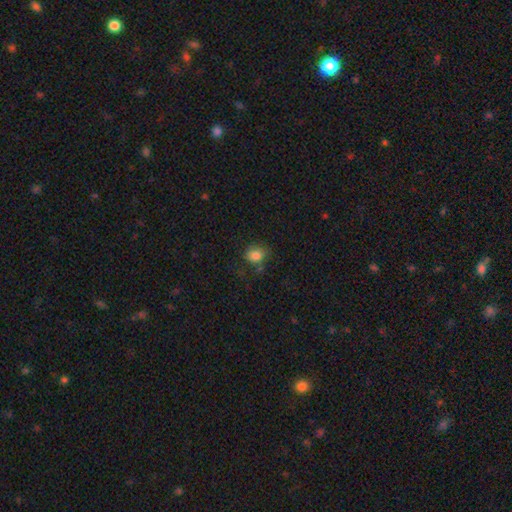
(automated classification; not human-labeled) smooth_or_featured: smooth (p=0.83) [alt: star or artifact p=0.11]
how_rounded: round (p=0.57) [alt: in between p=0.43]
merging: none (p=0.63) [alt: minor disturbance p=0.22]